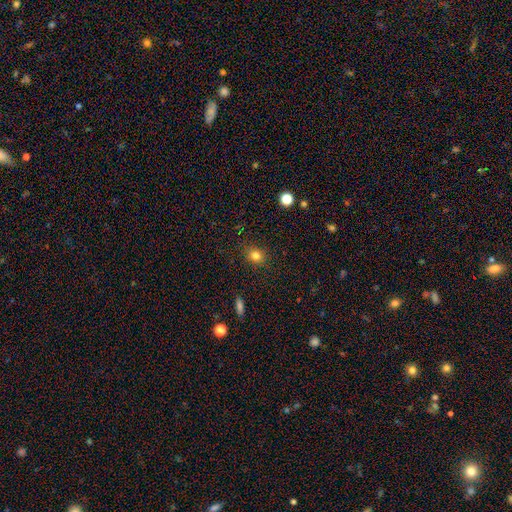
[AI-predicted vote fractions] Smooth or featured? smooth (80%)
How rounded? round (71%)
Merging? none (87%)